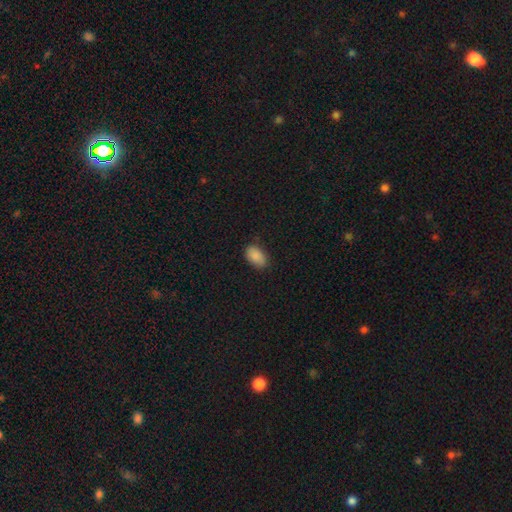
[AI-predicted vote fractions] A smooth galaxy with no disk features (88%) that is in between round and cigar-shaped (92%). Merging: none (78%).